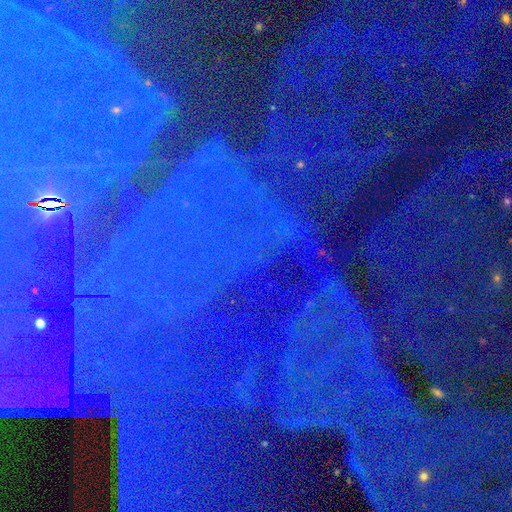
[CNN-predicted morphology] A star or artifact, not a galaxy (86%).

Vote fractions:
- Smooth or featured? star or artifact: 86% / featured or disk: 8% / smooth: 7%